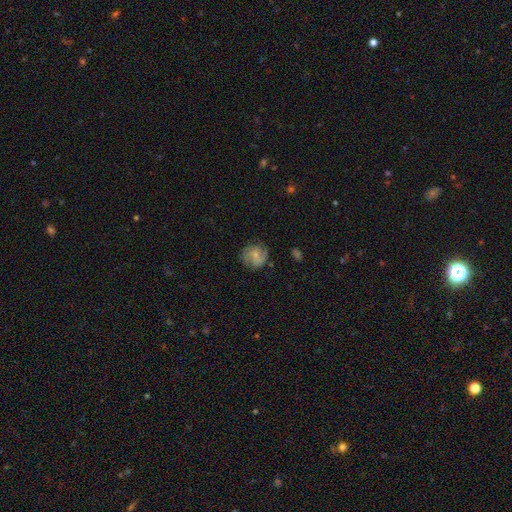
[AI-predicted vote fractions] Q: Smooth or featured?
A: featured or disk (63%); runner-up: smooth (29%)
Q: Edge-on disk?
A: no (98%); runner-up: yes (2%)
Q: Bar?
A: no (60%); runner-up: weak (34%)
Q: Spiral arms?
A: yes (92%); runner-up: no (8%)
Q: Spiral winding?
A: medium (47%); runner-up: tight (34%)
Q: Spiral arm count?
A: 2 (55%); runner-up: can't tell (18%)
Q: Bulge size?
A: small (62%); runner-up: moderate (25%)
Q: Merging?
A: none (72%); runner-up: minor disturbance (19%)